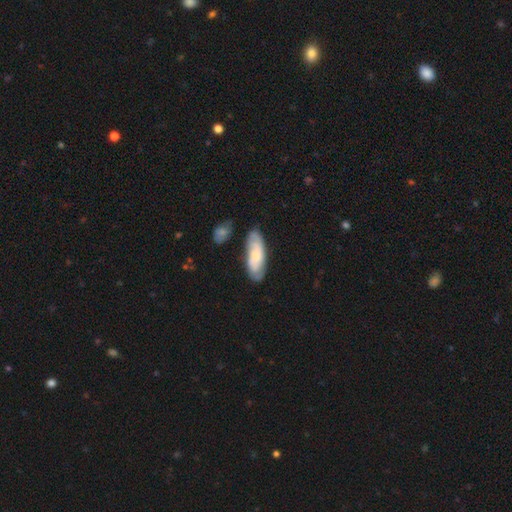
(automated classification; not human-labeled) smooth-or-featured: smooth: 51% | featured or disk: 43% | star or artifact: 6%
  how-rounded: in between: 66% | cigar-shaped: 32% | round: 2%
  merging: none: 71% | minor disturbance: 18% | merger: 6% | major disturbance: 4%